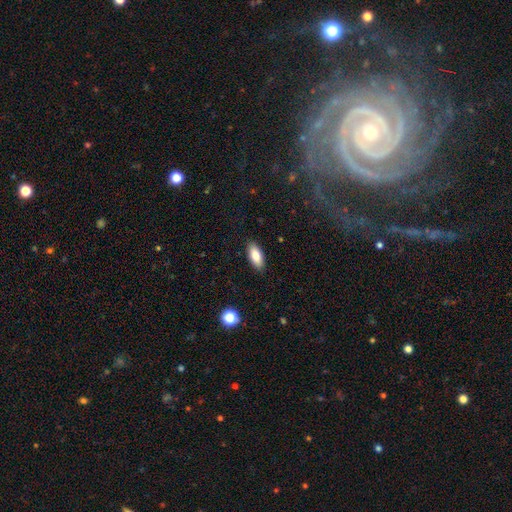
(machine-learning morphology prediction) Q: Smooth or featured?
A: smooth (85%); runner-up: featured or disk (8%)
Q: How rounded?
A: in between (84%); runner-up: cigar-shaped (13%)
Q: Merging?
A: none (89%); runner-up: minor disturbance (8%)